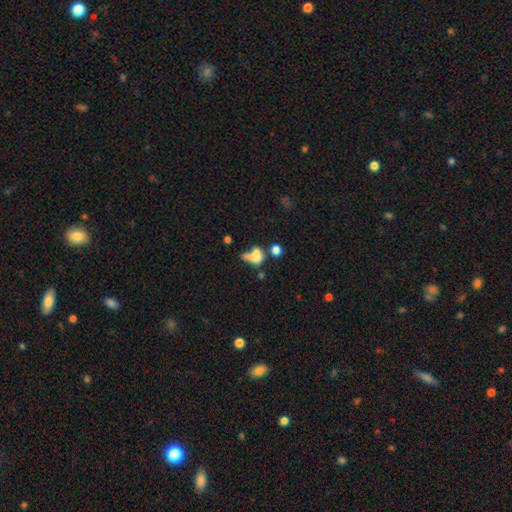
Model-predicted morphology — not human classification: The model was most divided on "merging": merger: 42%, major disturbance: 24%, none: 21%, minor disturbance: 13%. More confident: how rounded — in between (64%); smooth or featured — smooth (62%).